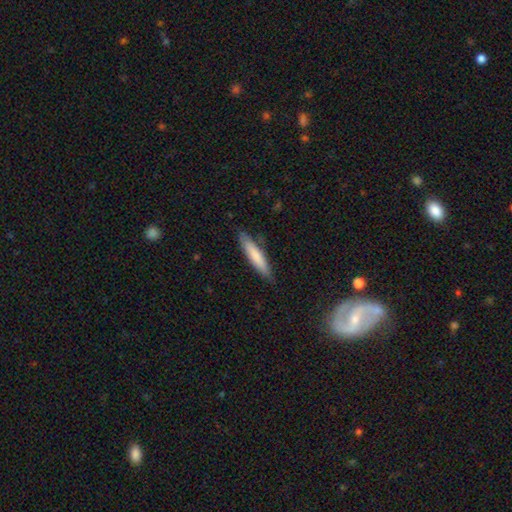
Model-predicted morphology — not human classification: This appears to be a smooth galaxy with no disk features (74%) that is cigar-shaped (85%). Merging: none (83%).